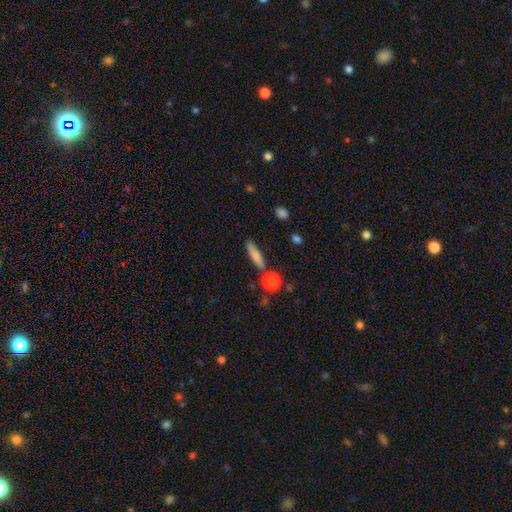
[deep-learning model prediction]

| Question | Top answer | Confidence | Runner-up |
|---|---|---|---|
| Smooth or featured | smooth | 77% | featured or disk (15%) |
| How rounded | cigar-shaped | 79% | in between (17%) |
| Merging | none | 79% | minor disturbance (11%) |